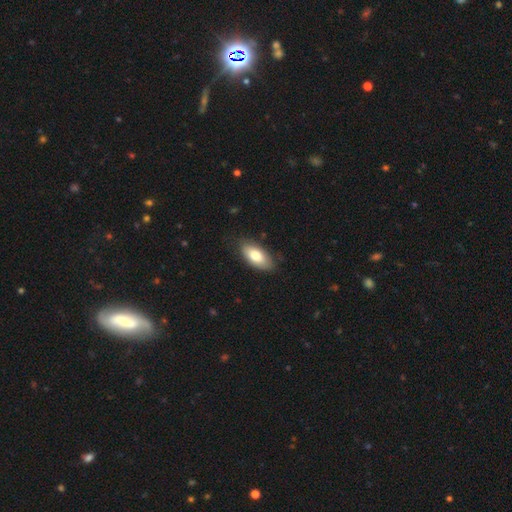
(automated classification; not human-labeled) Smooth or featured? smooth (76%)
How rounded? in between (90%)
Merging? none (81%)